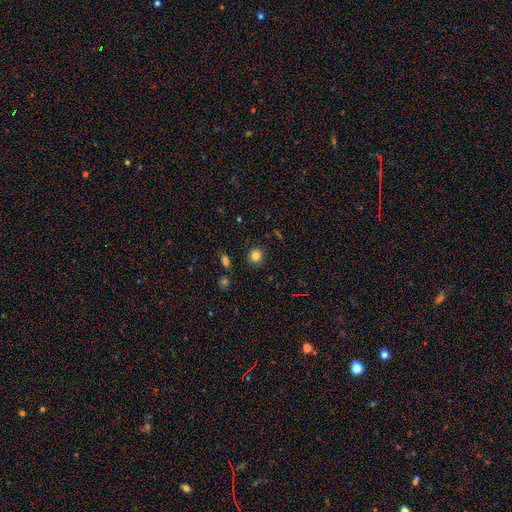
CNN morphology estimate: This is clearly a smooth galaxy (82%). How rounded: clearly round (89%). Merging: clearly none (88%).